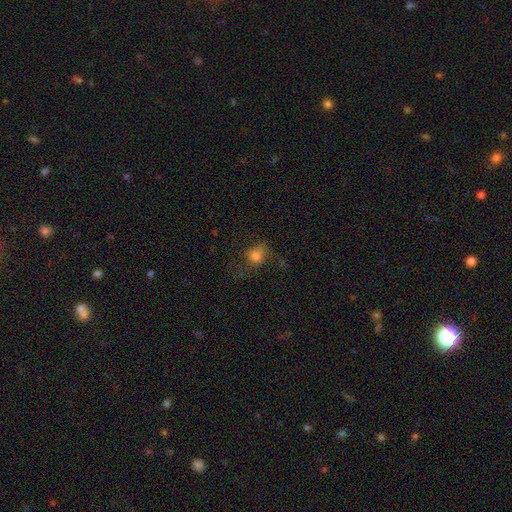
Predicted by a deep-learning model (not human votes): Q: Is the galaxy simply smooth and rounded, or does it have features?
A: smooth — 66%.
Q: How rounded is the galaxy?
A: round — 55%.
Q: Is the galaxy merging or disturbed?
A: none — 44%.